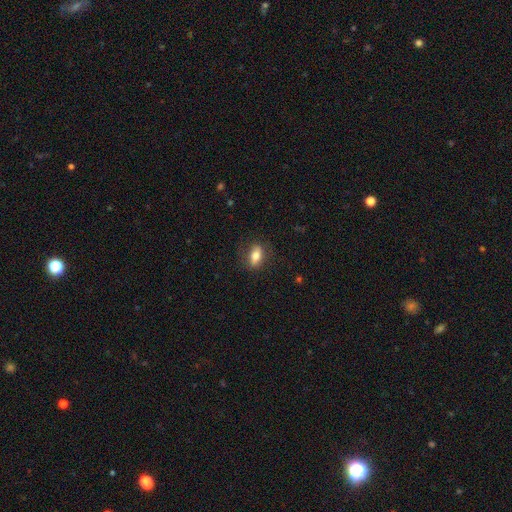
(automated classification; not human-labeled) Smooth or featured: smooth — 70% (featured or disk — 22%)
How rounded: in between — 77% (cigar-shaped — 15%)
Merging: none — 81% (minor disturbance — 14%)